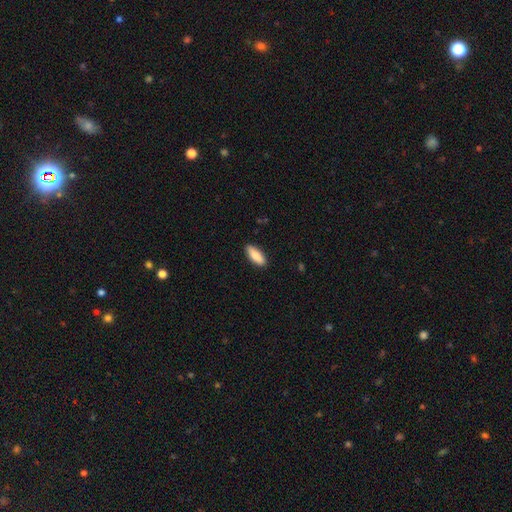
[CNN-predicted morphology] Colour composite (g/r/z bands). It shows a smooth galaxy with no disk features (87%) that is in between round and cigar-shaped (70%). Merging: none (89%).